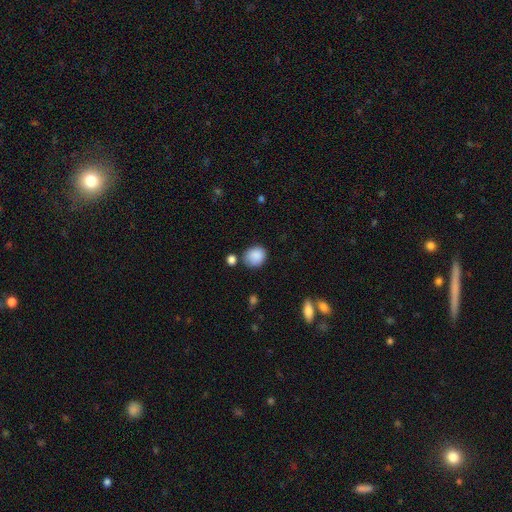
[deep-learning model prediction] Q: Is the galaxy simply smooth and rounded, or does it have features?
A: smooth — 88%.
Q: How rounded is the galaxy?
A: round — 70%.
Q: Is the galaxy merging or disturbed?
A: none — 71%.